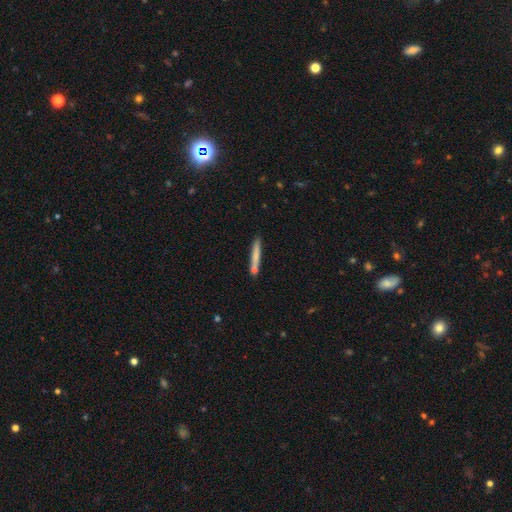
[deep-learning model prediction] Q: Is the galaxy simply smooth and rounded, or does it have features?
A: smooth — 68%.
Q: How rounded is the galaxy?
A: cigar-shaped — 95%.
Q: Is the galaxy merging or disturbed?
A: none — 77%.